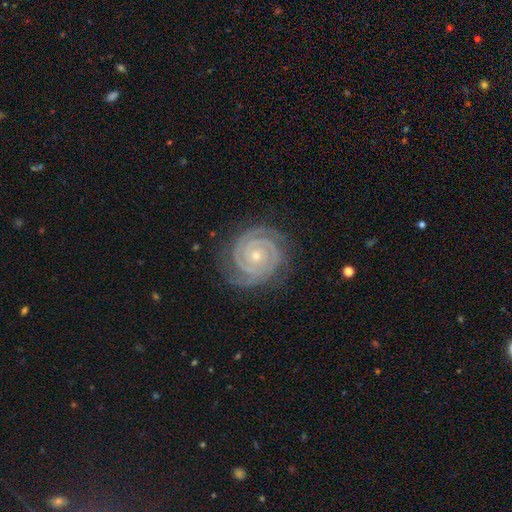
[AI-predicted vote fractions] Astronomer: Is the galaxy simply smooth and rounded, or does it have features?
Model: featured or disk — 93%.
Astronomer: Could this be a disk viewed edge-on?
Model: no — 98%.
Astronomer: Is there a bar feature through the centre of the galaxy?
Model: no — 74%.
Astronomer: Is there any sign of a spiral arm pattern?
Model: yes — 99%.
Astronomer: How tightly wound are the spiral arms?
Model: tight — 89%.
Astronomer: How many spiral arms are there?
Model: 2 — 64%.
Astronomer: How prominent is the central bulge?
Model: small — 70%.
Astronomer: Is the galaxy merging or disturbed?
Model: none — 84%.